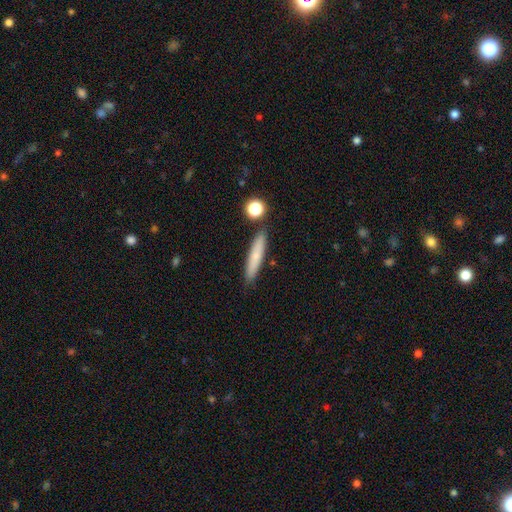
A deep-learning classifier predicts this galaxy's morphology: This appears to be a smooth galaxy with no disk features (73%) that is cigar-shaped (90%). Merging: none (84%).